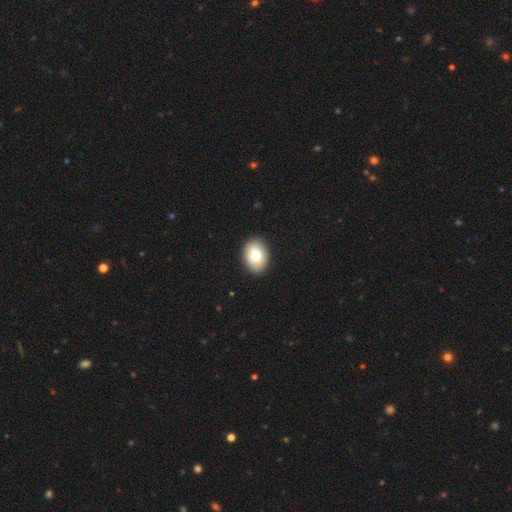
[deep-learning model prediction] smooth-or-featured: smooth: 73% | featured or disk: 19% | star or artifact: 8%
  how-rounded: in between: 74% | round: 25% | cigar-shaped: 1%
  merging: none: 91% | minor disturbance: 7% | major disturbance: 2% | merger: 1%